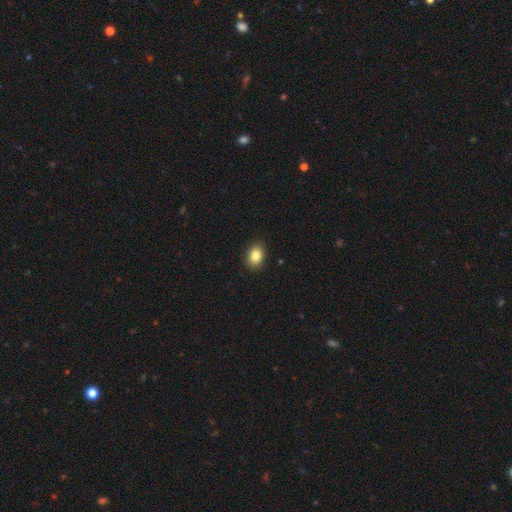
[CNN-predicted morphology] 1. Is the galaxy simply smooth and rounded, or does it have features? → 85% smooth, 9% star or artifact, 7% featured or disk.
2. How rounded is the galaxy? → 72% in between, 27% round, 1% cigar-shaped.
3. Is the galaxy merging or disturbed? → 87% none, 10% minor disturbance, 2% major disturbance, 1% merger.